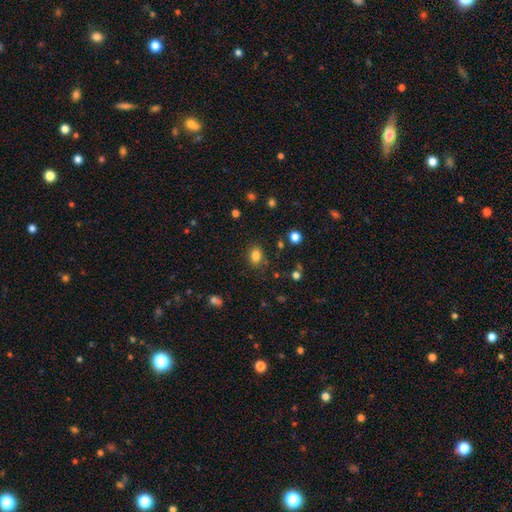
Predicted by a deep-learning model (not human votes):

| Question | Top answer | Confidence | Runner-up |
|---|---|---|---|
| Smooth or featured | smooth | 82% | star or artifact (12%) |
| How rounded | in between | 60% | round (39%) |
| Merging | none | 81% | minor disturbance (13%) |